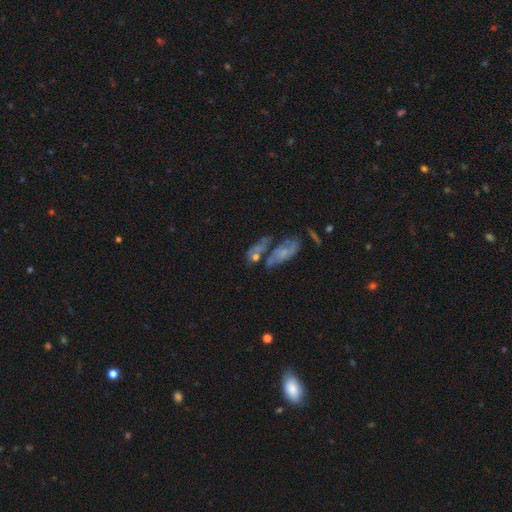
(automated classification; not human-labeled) Smooth or featured?
  - smooth: 43% *
  - featured or disk: 40%
  - star or artifact: 17%
Merging?
  - merger: 37% *
  - none: 34%
  - minor disturbance: 15%
  - major disturbance: 14%